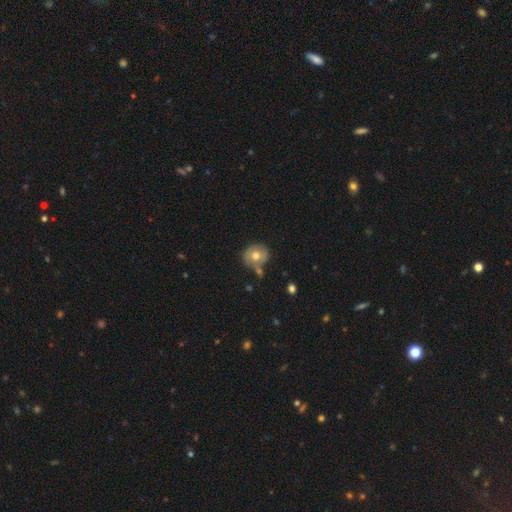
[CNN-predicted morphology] A smooth galaxy with no disk features (66%) that is round (78%). Merging: none (63%).